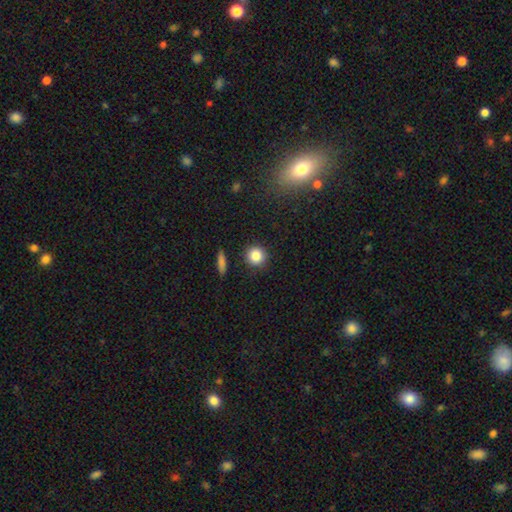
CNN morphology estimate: This is clearly a smooth galaxy (84%). How rounded: clearly round (92%). Merging: clearly none (89%).